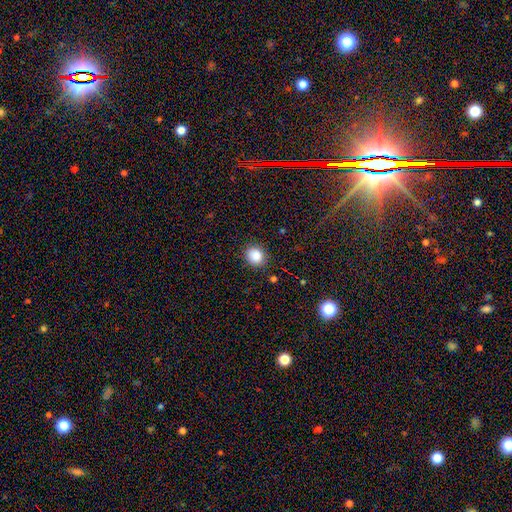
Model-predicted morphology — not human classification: Smooth or featured? Predicted: smooth (p=0.86). How rounded? Predicted: round (p=0.72). Merging? Predicted: none (p=0.88).